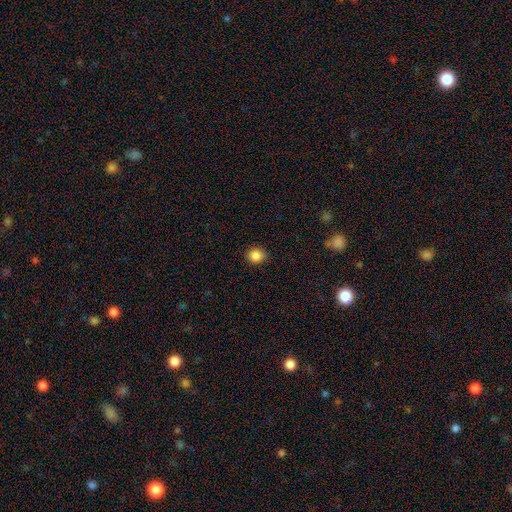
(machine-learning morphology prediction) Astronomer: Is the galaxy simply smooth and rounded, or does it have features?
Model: smooth — 86%.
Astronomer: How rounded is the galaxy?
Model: round — 77%.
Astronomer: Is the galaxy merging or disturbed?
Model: none — 87%.